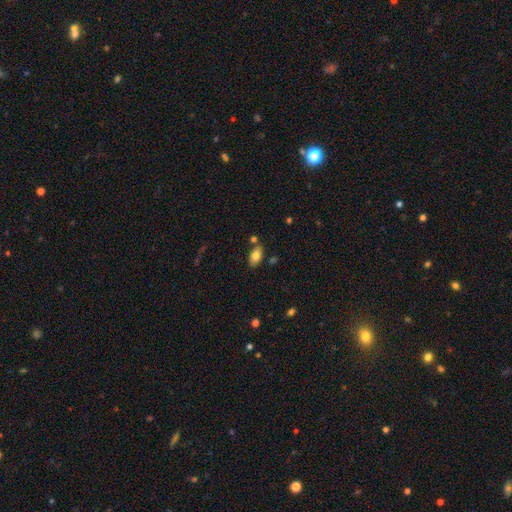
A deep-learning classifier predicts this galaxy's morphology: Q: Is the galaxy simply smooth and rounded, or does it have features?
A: smooth — 77%.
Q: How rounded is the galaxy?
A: in between — 91%.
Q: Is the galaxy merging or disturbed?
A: none — 76%.